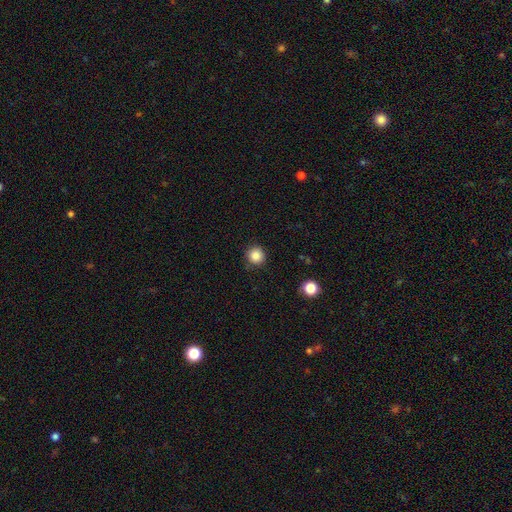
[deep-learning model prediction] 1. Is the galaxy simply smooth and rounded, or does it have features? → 86% smooth, 11% star or artifact, 4% featured or disk.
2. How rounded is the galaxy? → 94% round, 5% in between, 1% cigar-shaped.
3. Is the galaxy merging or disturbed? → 88% none, 8% minor disturbance, 2% major disturbance, 1% merger.